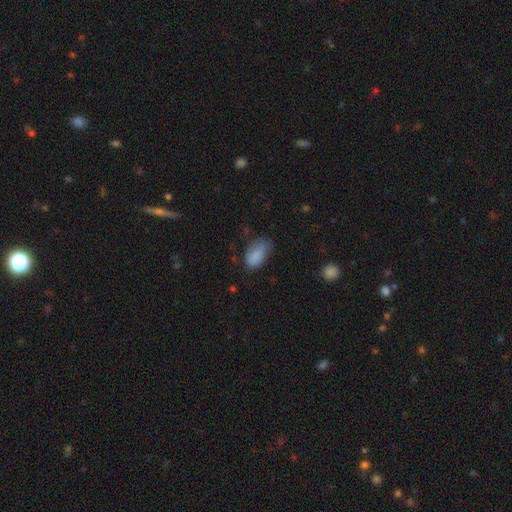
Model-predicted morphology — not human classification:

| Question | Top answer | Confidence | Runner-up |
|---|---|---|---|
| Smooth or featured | smooth | 84% | star or artifact (9%) |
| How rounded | in between | 93% | round (5%) |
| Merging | none | 50% | minor disturbance (36%) |